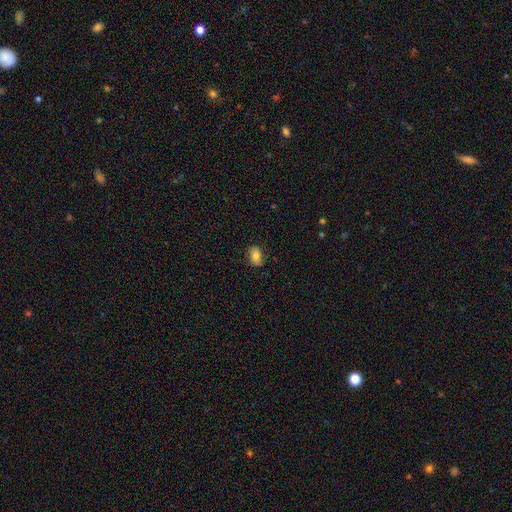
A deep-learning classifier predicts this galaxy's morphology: Smooth or featured? Predicted: smooth (p=0.78). How rounded? Predicted: in between (p=0.88). Merging? Predicted: none (p=0.81).